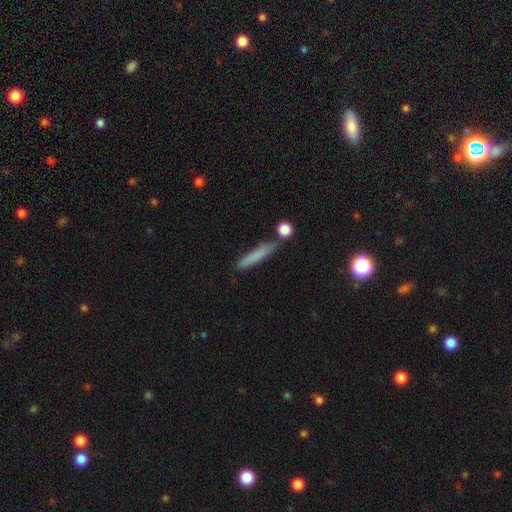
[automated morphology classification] smooth 75%, featured or disk 17%, star or artifact 8%. Down the decision tree: how rounded — cigar-shaped (91%); merging — none (77%).